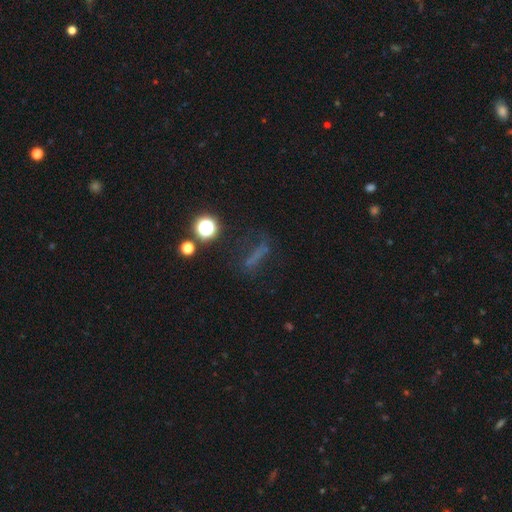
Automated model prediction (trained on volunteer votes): Smooth or featured? Predicted: smooth (p=0.42). Merging? Predicted: none (p=0.58).